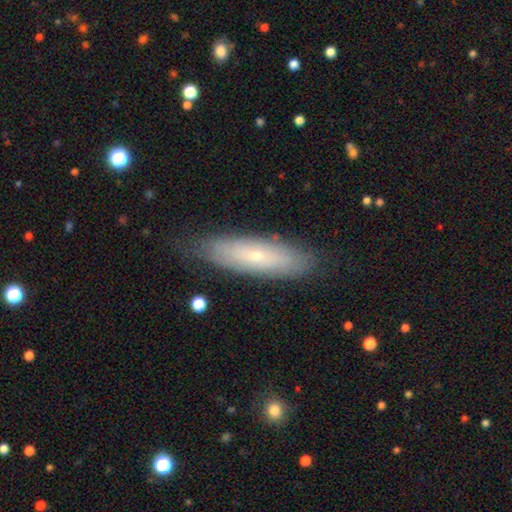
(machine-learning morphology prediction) Smooth or featured? featured or disk (50%)
Merging? none (81%)